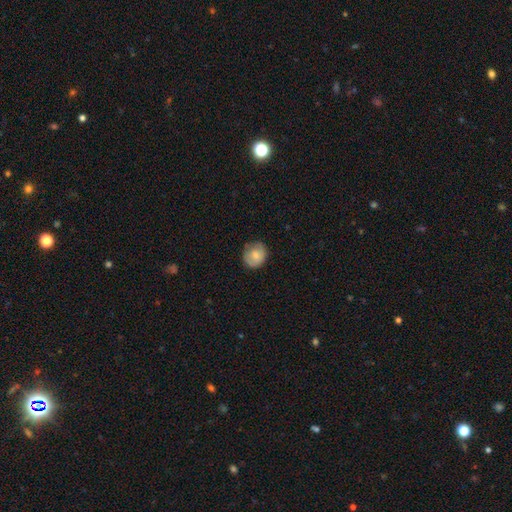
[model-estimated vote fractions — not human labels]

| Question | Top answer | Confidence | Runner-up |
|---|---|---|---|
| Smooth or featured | smooth | 76% | featured or disk (17%) |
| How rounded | round | 65% | in between (34%) |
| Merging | none | 69% | minor disturbance (24%) |